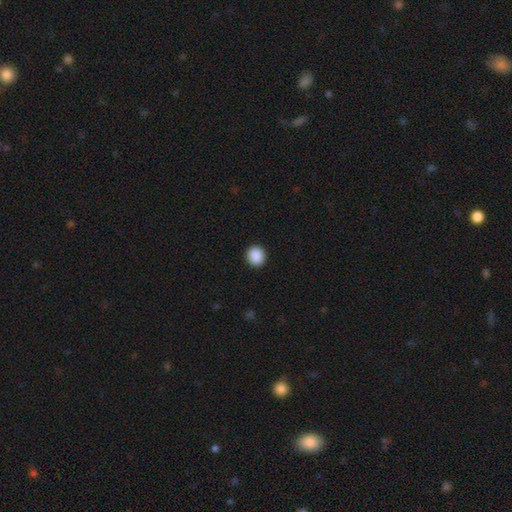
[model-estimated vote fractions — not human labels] The model was most divided on "how rounded": round: 90%, in between: 9%, cigar-shaped: 1%. More confident: merging — none (93%); smooth or featured — smooth (90%).